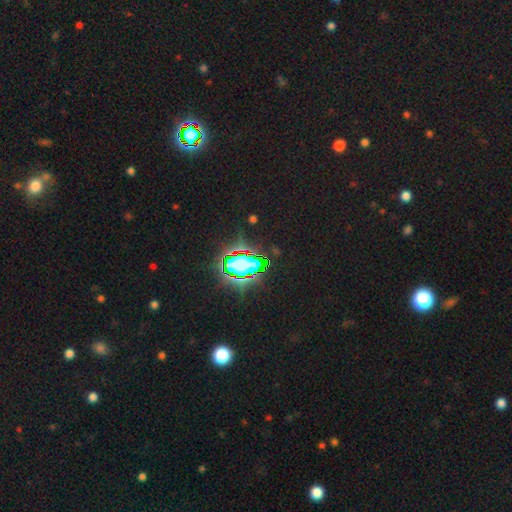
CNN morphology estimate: Smooth or featured: star or artifact — 81% (smooth — 11%)